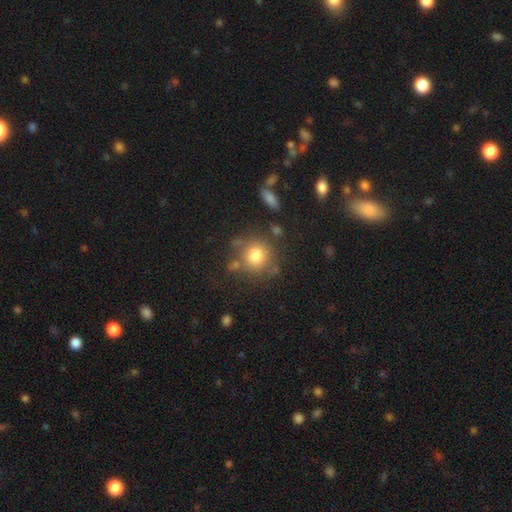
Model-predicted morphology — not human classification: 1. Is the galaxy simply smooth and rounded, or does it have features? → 79% smooth, 11% star or artifact, 10% featured or disk.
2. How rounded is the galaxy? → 89% round, 10% in between, 1% cigar-shaped.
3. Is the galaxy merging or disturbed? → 73% none, 14% minor disturbance, 8% merger, 5% major disturbance.